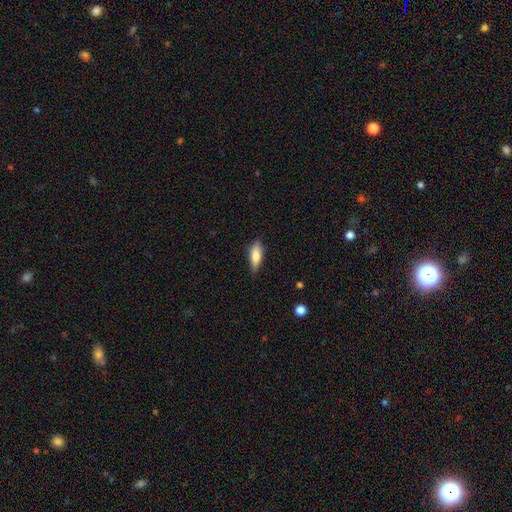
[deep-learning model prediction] Smooth or featured? smooth (77%)
How rounded? in between (59%)
Merging? none (74%)